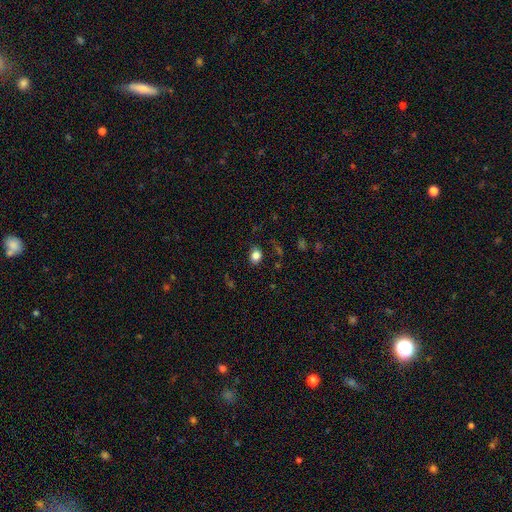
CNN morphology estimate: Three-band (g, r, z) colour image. It shows a smooth galaxy with no disk features (83%) that is in between round and cigar-shaped (54%). Merging: none (83%).